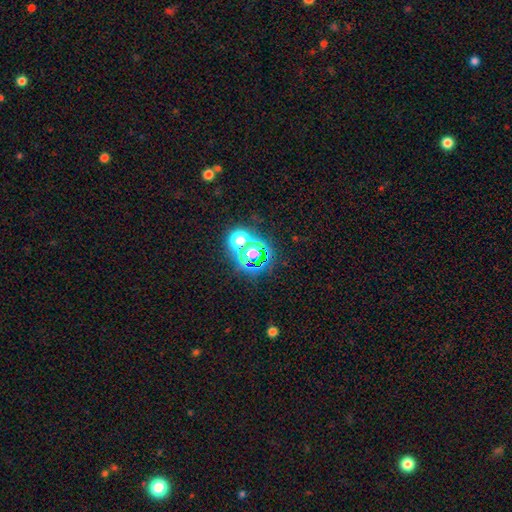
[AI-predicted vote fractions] Smooth or featured? star or artifact (67%)